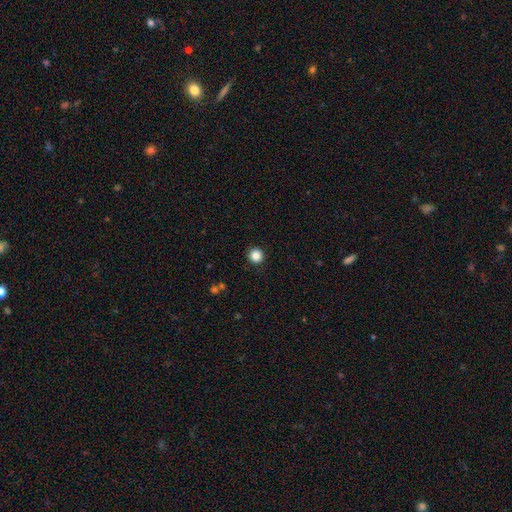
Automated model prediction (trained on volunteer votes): Smooth or featured? Predicted: smooth (p=0.86). How rounded? Predicted: round (p=0.95). Merging? Predicted: none (p=0.93).